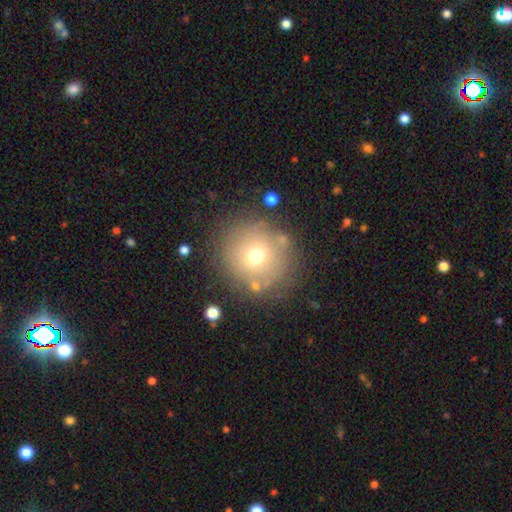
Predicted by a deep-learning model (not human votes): Overall: smooth (64%). How rounded: round (91%). Merging: none (80%).